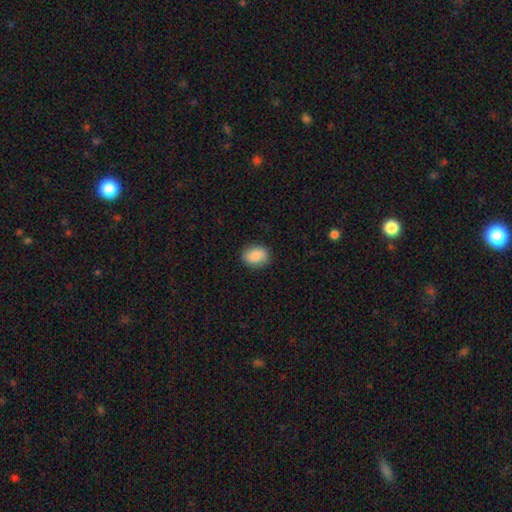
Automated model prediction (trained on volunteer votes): Smooth or featured? smooth (83%)
How rounded? in between (58%)
Merging? none (85%)